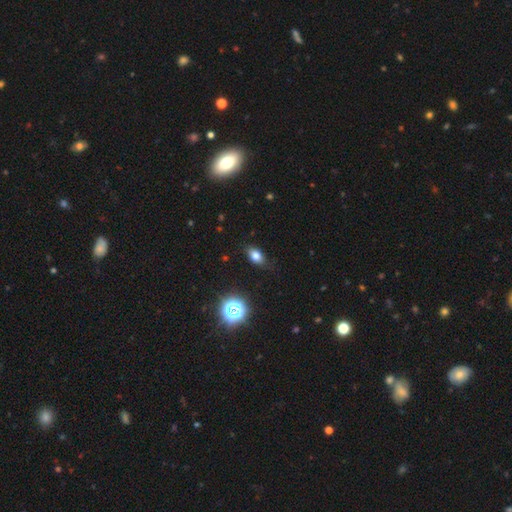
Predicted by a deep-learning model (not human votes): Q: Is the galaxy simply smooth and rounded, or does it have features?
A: smooth — 77%.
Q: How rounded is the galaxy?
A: in between — 82%.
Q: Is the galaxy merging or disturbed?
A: none — 82%.